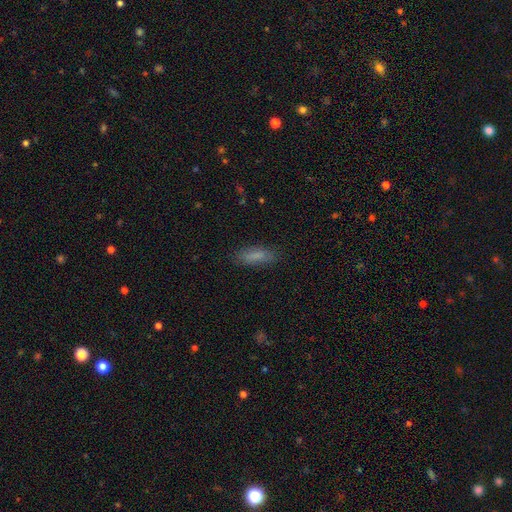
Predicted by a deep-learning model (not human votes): A smooth galaxy with no disk features (82%) that is in between round and cigar-shaped (55%). Merging: none (83%).